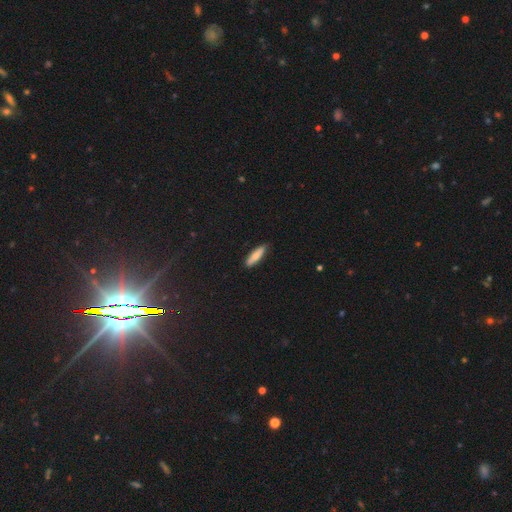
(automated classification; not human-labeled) This is likely a smooth galaxy (77%). How rounded: likely cigar-shaped (73%). Merging: clearly none (85%).